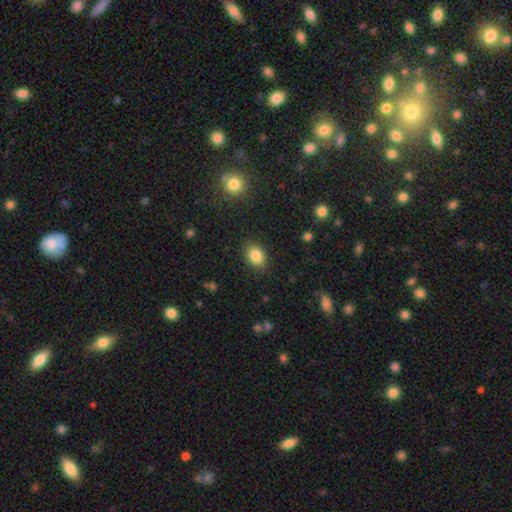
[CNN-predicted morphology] A smooth galaxy with no disk features (84%) that is in between round and cigar-shaped (79%).

Vote fractions:
- Smooth or featured? smooth: 84% / star or artifact: 9% / featured or disk: 7%
- How rounded? in between: 79% / round: 20% / cigar-shaped: 1%
- Merging? none: 87% / minor disturbance: 9% / major disturbance: 3% / merger: 1%